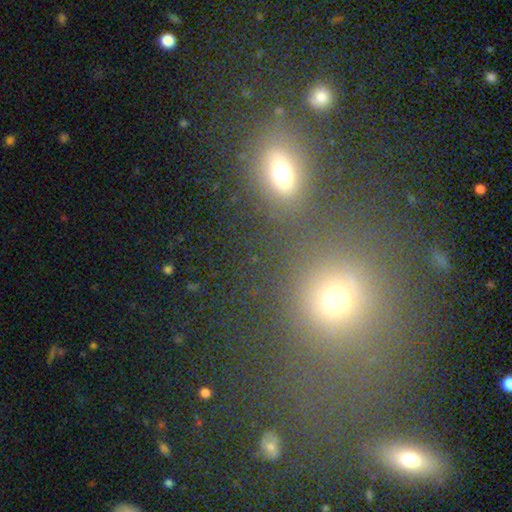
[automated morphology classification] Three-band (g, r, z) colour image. It shows a smooth galaxy with no disk features (59%) that is round (56%). Merging: none (65%).